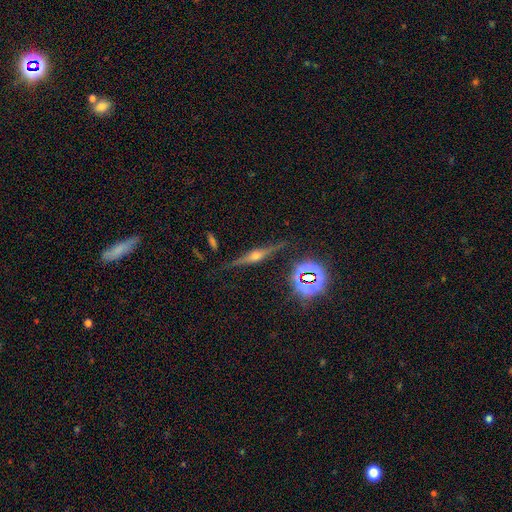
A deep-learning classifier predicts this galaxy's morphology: type=featured or disk (71%); edge-on=yes (96%); edge-on bulge=rounded (90%); merging=none (86%).